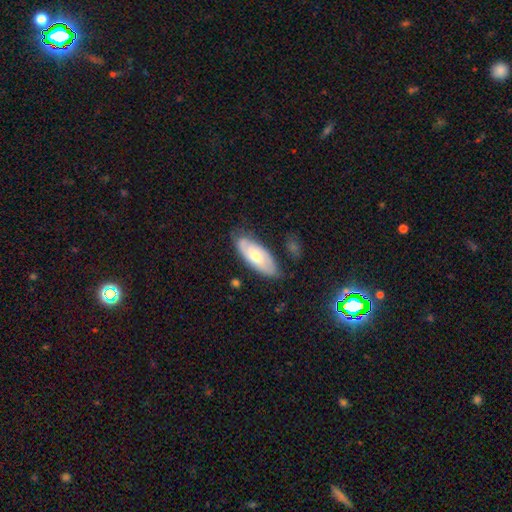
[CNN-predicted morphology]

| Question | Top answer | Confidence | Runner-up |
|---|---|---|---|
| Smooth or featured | featured or disk | 54% | smooth (40%) |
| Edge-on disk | no | 85% | yes (15%) |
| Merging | none | 74% | minor disturbance (19%) |